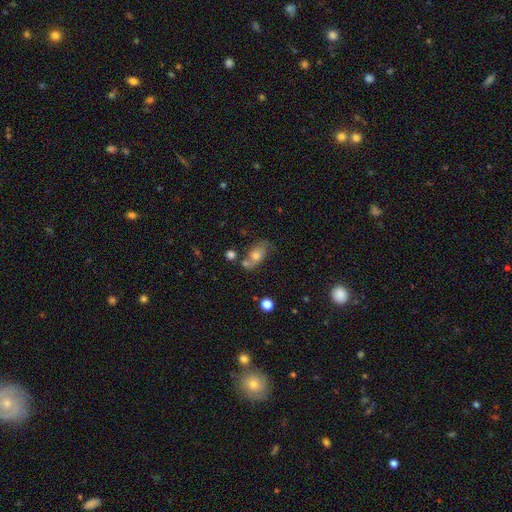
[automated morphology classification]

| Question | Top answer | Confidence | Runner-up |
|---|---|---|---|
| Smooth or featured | smooth | 54% | featured or disk (32%) |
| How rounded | in between | 77% | round (17%) |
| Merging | none | 50% | minor disturbance (21%) |